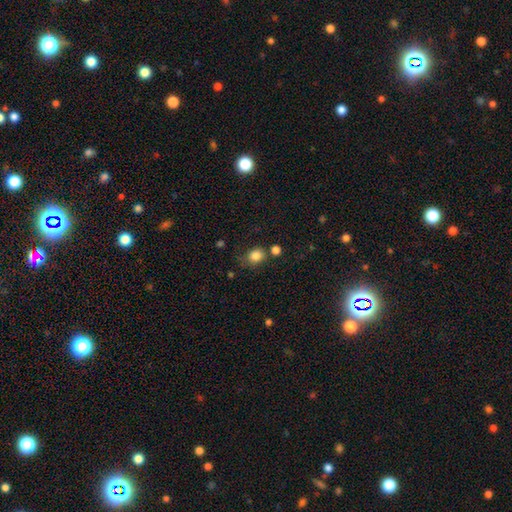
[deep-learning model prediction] smooth_or_featured: smooth (p=0.84) [alt: star or artifact p=0.11]
how_rounded: round (p=0.67) [alt: in between p=0.32]
merging: none (p=0.64) [alt: minor disturbance p=0.20]